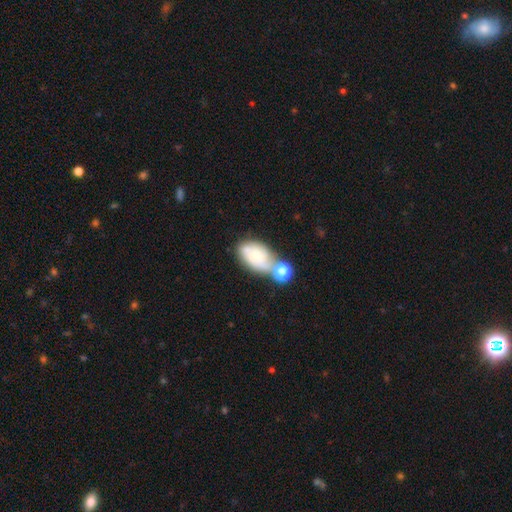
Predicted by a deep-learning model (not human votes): The model was most divided on "merging": none: 36%, merger: 34%, minor disturbance: 21%, major disturbance: 9%. More confident: how rounded — in between (87%); smooth or featured — smooth (52%).